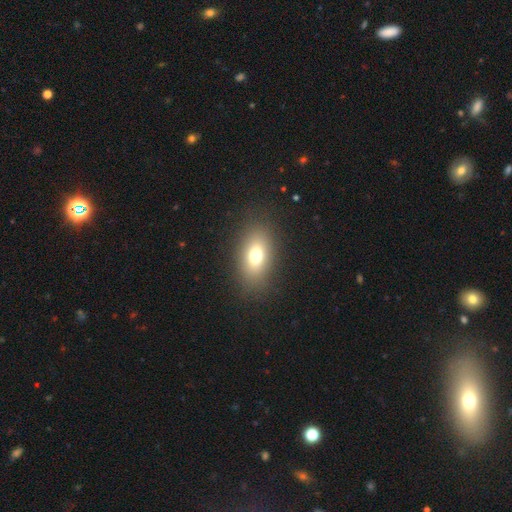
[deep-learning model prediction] Q: Smooth or featured?
A: smooth (73%); runner-up: featured or disk (15%)
Q: How rounded?
A: in between (84%); runner-up: round (13%)
Q: Merging?
A: none (86%); runner-up: minor disturbance (9%)